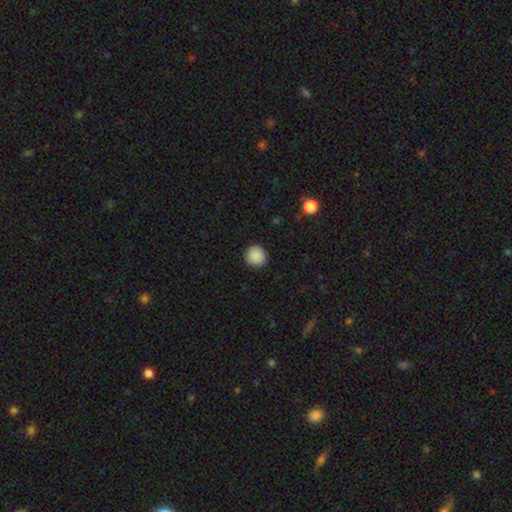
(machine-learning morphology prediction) type=smooth (89%); roundness=round (94%); merging=none (91%).